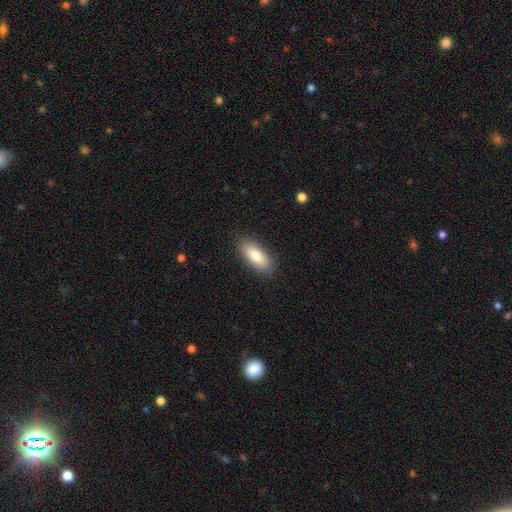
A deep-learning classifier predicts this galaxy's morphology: This appears to be a smooth galaxy with no disk features (83%) that is in between round and cigar-shaped (80%). Merging: none (87%).